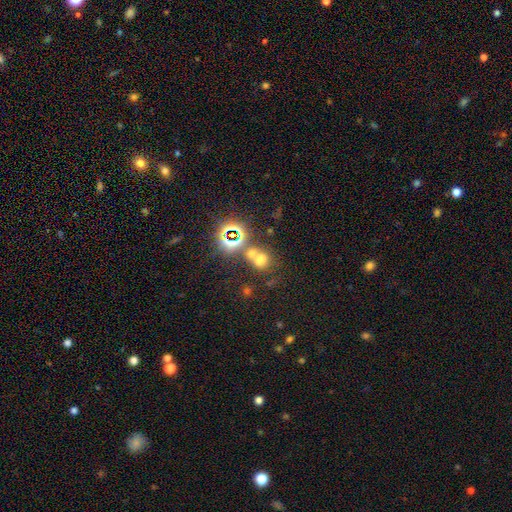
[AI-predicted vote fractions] smooth-or-featured: smooth: 50% | star or artifact: 38% | featured or disk: 11%
  how-rounded: round: 73% | in between: 26% | cigar-shaped: 1%
  merging: none: 49% | merger: 37% | minor disturbance: 8% | major disturbance: 5%